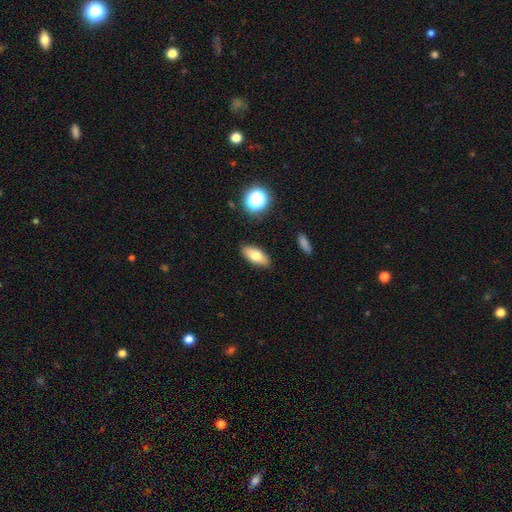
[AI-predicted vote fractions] This appears to be a smooth galaxy with no disk features (74%) that is in between round and cigar-shaped (83%). Merging: none (88%).